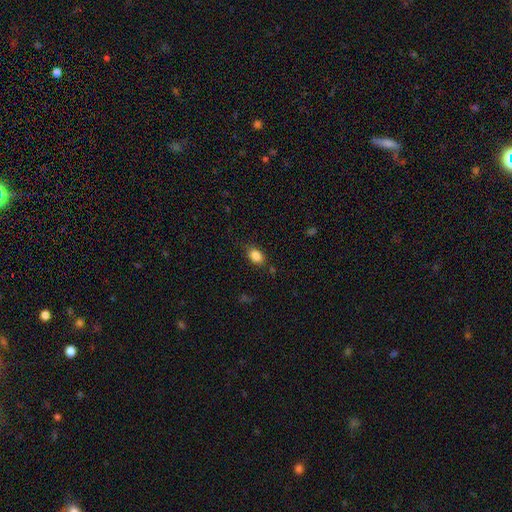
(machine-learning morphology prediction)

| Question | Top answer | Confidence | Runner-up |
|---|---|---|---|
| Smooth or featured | smooth | 86% | star or artifact (9%) |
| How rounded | in between | 81% | round (18%) |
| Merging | none | 79% | minor disturbance (15%) |